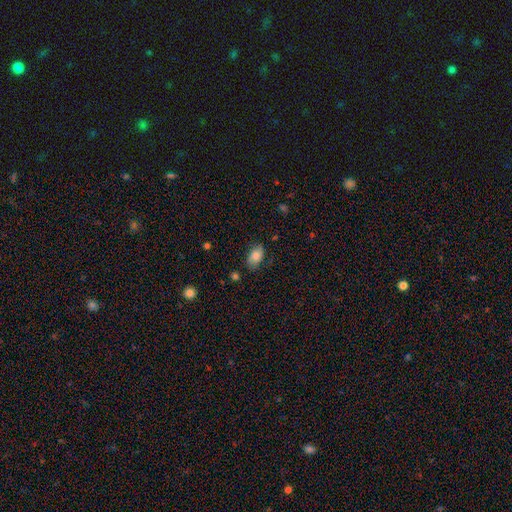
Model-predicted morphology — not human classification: smooth 80%, featured or disk 12%, star or artifact 8%. Down the decision tree: how rounded — in between (91%); merging — none (76%).